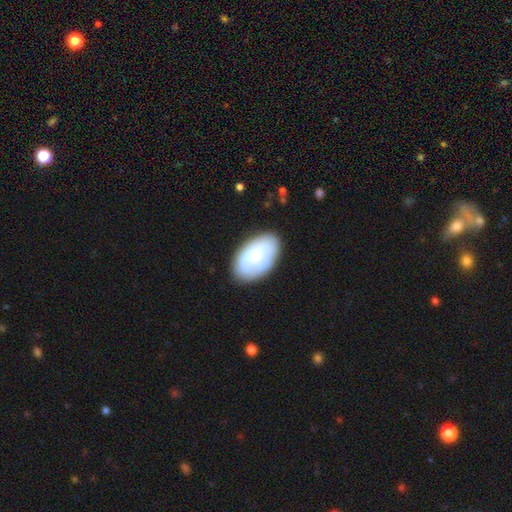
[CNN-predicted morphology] type=smooth (65%); roundness=in between (94%); merging=none (73%).